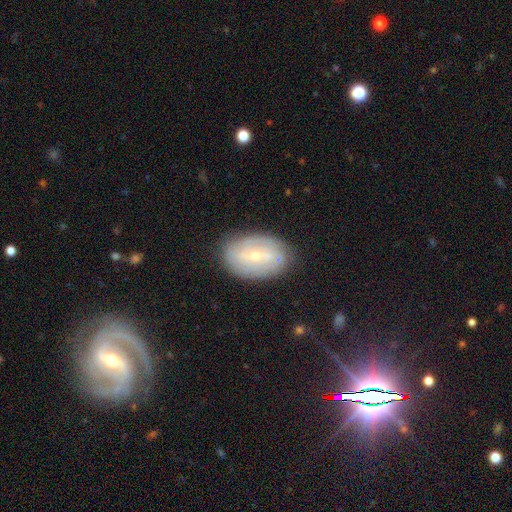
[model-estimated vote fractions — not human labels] Morphology: type=featured or disk (65%); edge-on=no (94%); bar=no (45%); spiral arms=yes (66%); bulge=small (66%); merging=none (80%).